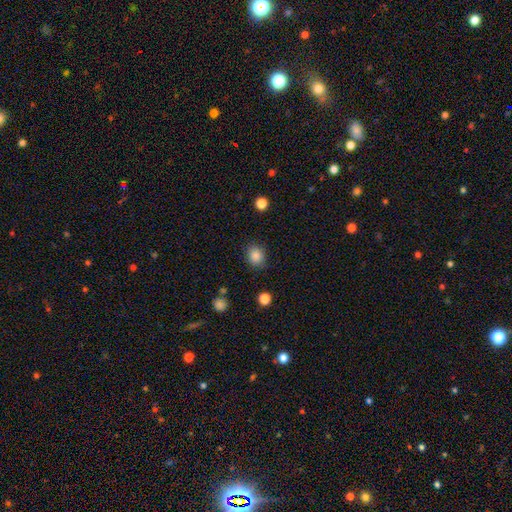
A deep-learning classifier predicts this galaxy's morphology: The model was most divided on "how rounded": round: 64%, in between: 35%, cigar-shaped: 1%. More confident: smooth or featured — smooth (86%); merging — none (84%).